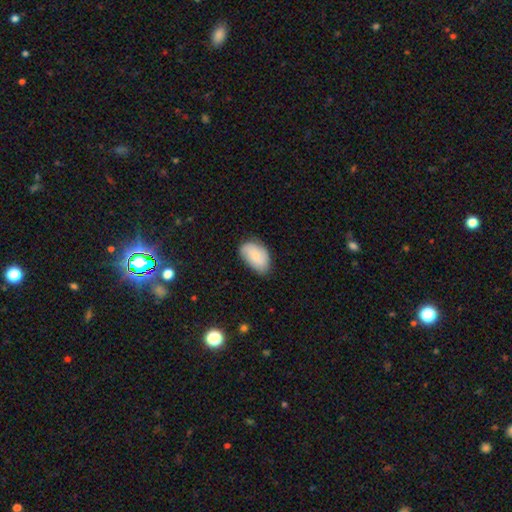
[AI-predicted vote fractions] Q: Smooth or featured?
A: smooth (67%); runner-up: featured or disk (26%)
Q: How rounded?
A: in between (92%); runner-up: round (7%)
Q: Merging?
A: none (71%); runner-up: minor disturbance (23%)